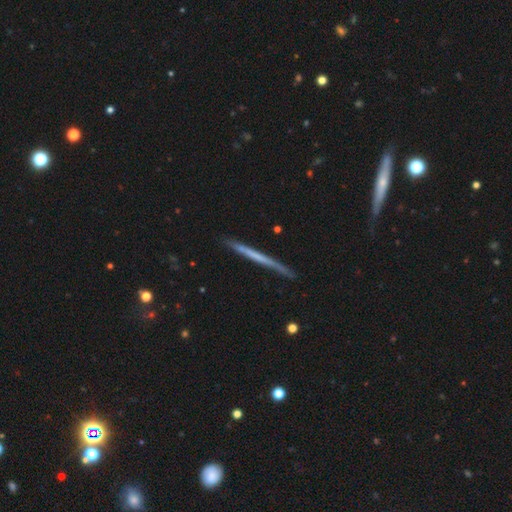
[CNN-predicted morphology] This is possibly a featured or disk galaxy (53%). It is clearly viewed edge-on (97%). Edge-on bulge: clearly none (92%). Merging: clearly none (87%).